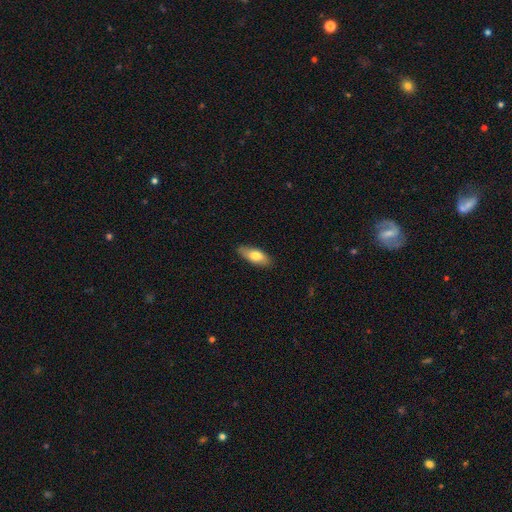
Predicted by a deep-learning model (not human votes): smooth-or-featured: smooth: 74% | featured or disk: 20% | star or artifact: 6%
  how-rounded: in between: 76% | cigar-shaped: 22% | round: 3%
  merging: none: 85% | minor disturbance: 12% | major disturbance: 2% | merger: 1%